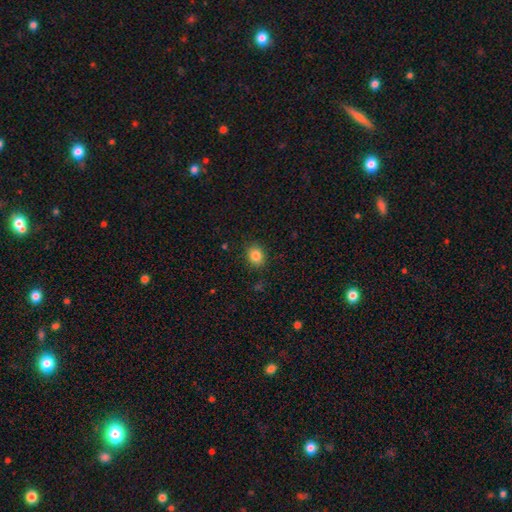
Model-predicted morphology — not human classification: Smooth or featured? Predicted: smooth (p=0.84). How rounded? Predicted: round (p=0.63). Merging? Predicted: none (p=0.87).